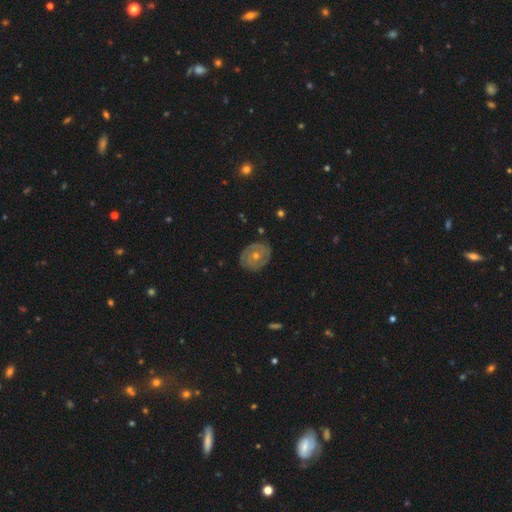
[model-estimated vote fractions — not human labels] Overall: featured or disk (60%; smooth 31%). Edge-on disk: no (95%). Bar: no (87%). Spiral arms: no (59%; yes 41%). Bulge size: moderate (53%; small 44%). Merging: none (83%).